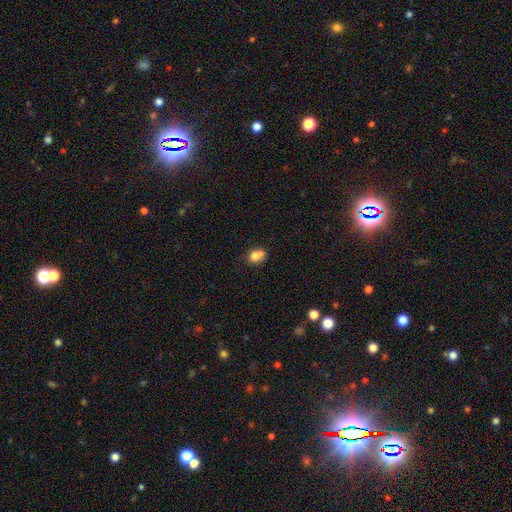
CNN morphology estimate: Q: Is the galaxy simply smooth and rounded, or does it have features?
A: smooth — 76%.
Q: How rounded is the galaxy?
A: round — 53%.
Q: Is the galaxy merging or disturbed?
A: none — 44%.